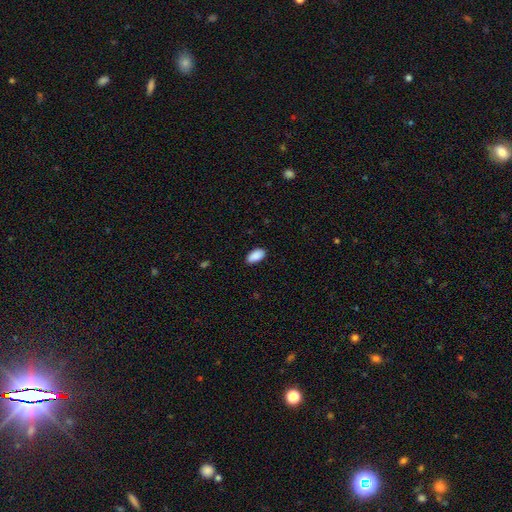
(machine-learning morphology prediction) A smooth galaxy with no disk features (90%) that is in between round and cigar-shaped (95%). Merging: none (86%).